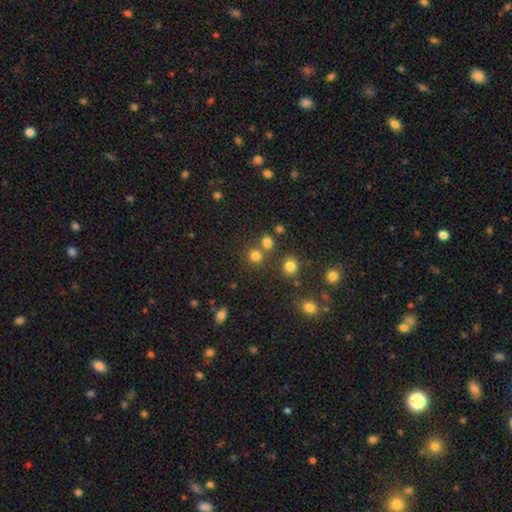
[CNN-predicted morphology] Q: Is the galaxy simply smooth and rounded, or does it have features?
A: smooth — 76%.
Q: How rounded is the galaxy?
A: round — 86%.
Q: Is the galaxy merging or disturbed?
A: none — 67%.